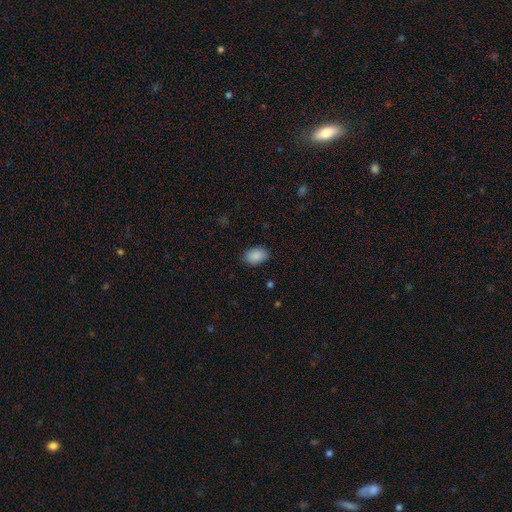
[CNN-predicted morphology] Smooth or featured? smooth (89%)
How rounded? in between (86%)
Merging? none (84%)